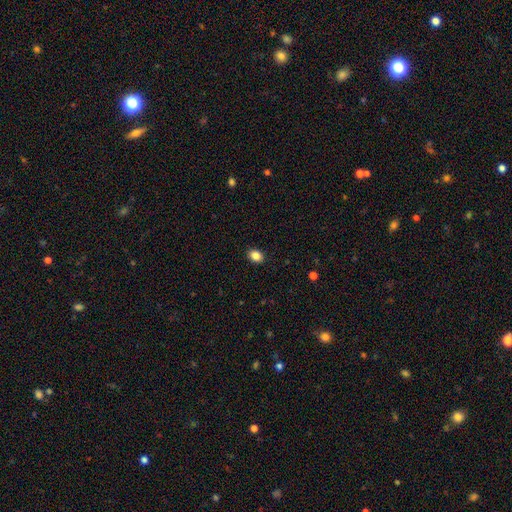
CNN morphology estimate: A smooth galaxy with no disk features (86%) that is in between round and cigar-shaped (62%). Merging: none (90%).